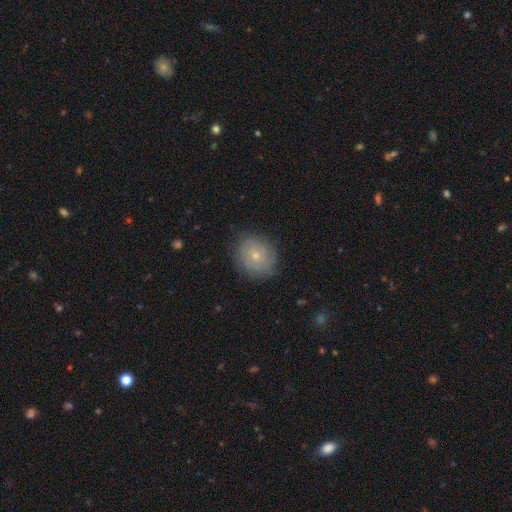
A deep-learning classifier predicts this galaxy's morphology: Smooth or featured? Predicted: smooth (p=0.57). How rounded? Predicted: round (p=0.75). Merging? Predicted: none (p=0.80).